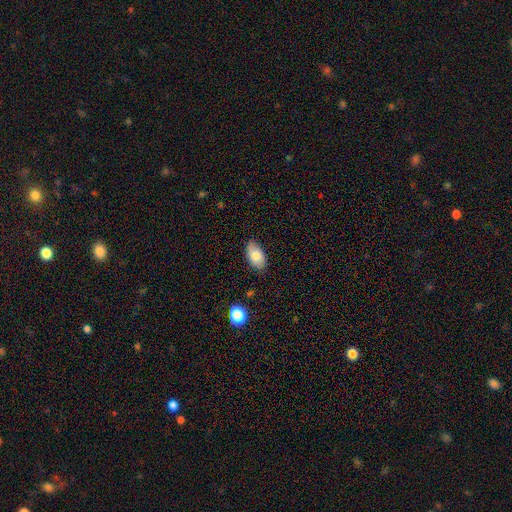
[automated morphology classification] This appears to be a smooth galaxy with no disk features (80%) that is in between round and cigar-shaped (94%). Merging: none (81%).